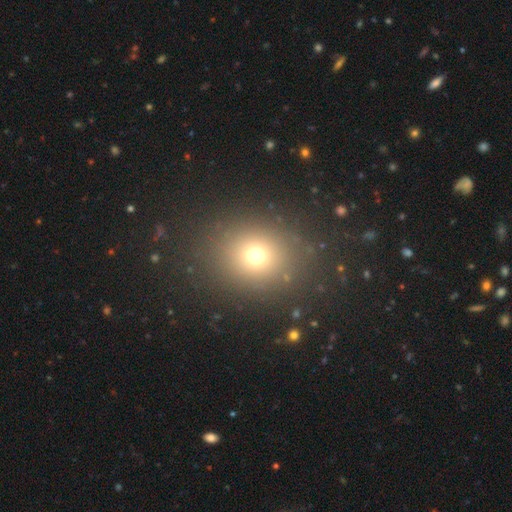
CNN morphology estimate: smooth-or-featured: smooth: 70% | star or artifact: 21% | featured or disk: 9%
  how-rounded: round: 68% | in between: 31% | cigar-shaped: 1%
  merging: none: 86% | minor disturbance: 8% | major disturbance: 4% | merger: 2%